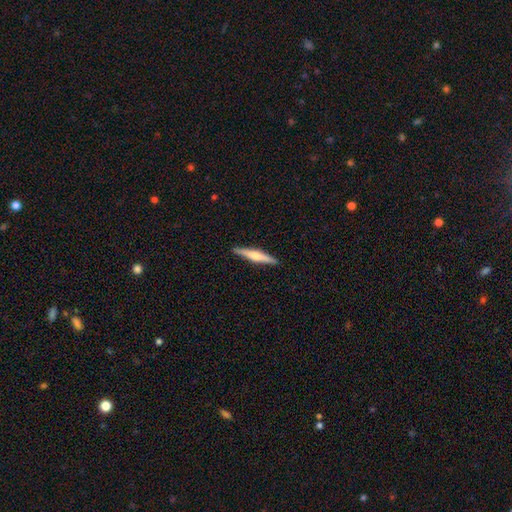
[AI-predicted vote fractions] Smooth or featured? Predicted: featured or disk (p=0.55). Edge-on disk? Predicted: yes (p=0.97). Edge-on bulge? Predicted: rounded (p=0.83). Merging? Predicted: none (p=0.91).